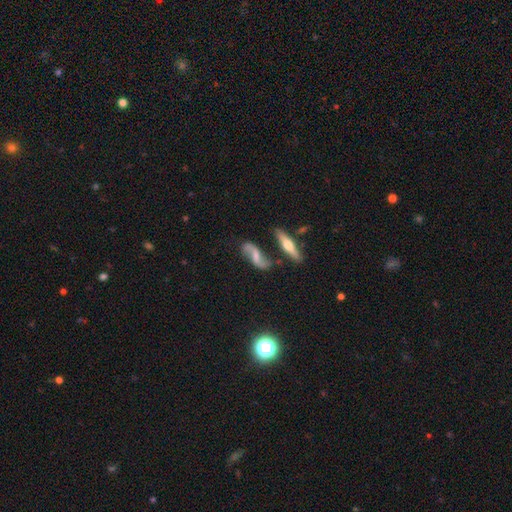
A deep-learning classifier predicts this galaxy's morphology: type=featured or disk (74%); edge-on=no (84%); bar=weak (40%, tied with no); spiral arms=yes (90%); winding=loose (77%); arm count=2 (92%); bulge=small (40%); merging=none (64%).